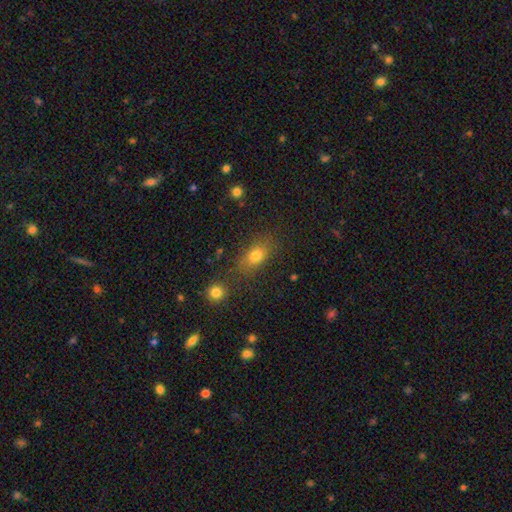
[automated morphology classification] smooth 75%, star or artifact 14%, featured or disk 11%. Down the decision tree: how rounded — in between (74%); merging — none (74%).